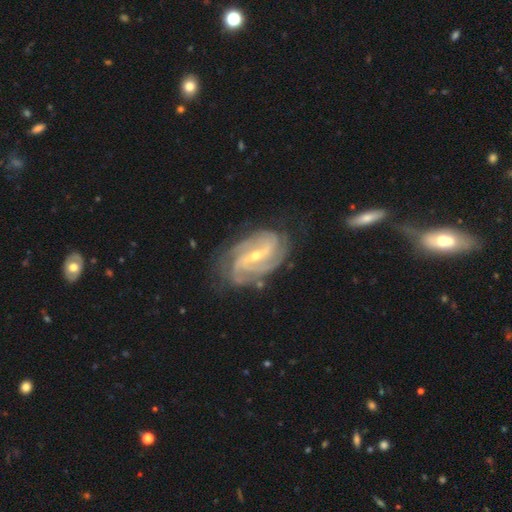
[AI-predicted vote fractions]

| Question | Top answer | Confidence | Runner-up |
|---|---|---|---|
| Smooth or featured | featured or disk | 92% | star or artifact (5%) |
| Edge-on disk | no | 97% | yes (3%) |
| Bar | strong | 46% | weak (38%) |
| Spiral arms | yes | 98% | no (2%) |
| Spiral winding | tight | 51% | medium (40%) |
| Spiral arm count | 2 | 35% | 3 (28%) |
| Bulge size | small | 62% | moderate (35%) |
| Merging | none | 74% | minor disturbance (18%) |